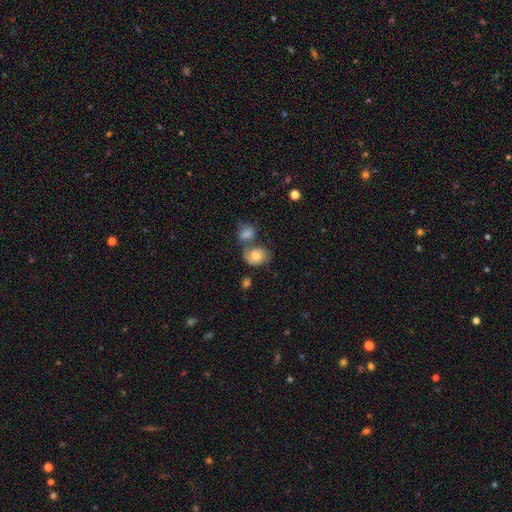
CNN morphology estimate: The model was most divided on "how rounded": round: 50%, in between: 49%, cigar-shaped: 1%. Remaining: smooth or featured — smooth (61%); merging — merger (39%).